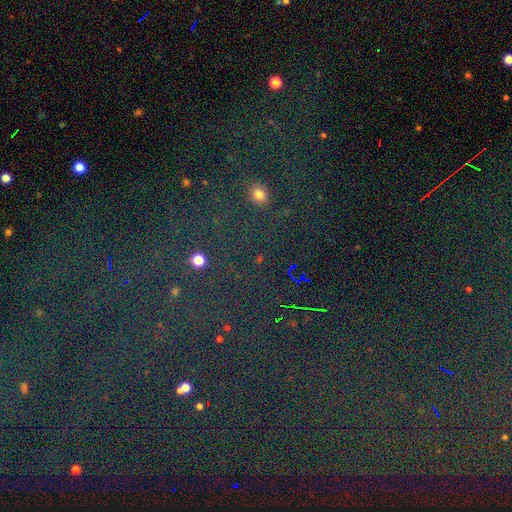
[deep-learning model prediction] This appears to be a star or artifact, not a galaxy (83%).